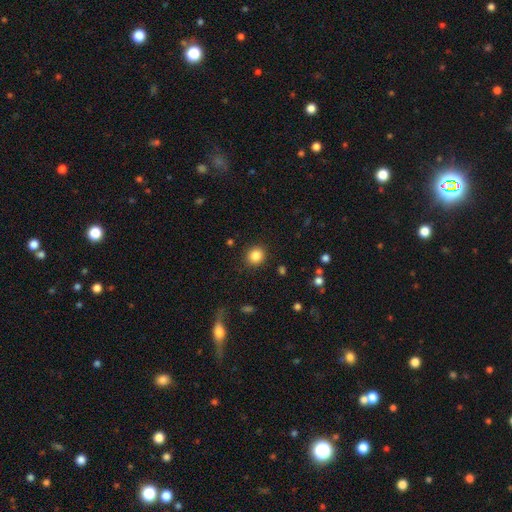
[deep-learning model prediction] smooth_or_featured: smooth (p=0.85) [alt: star or artifact p=0.10]
how_rounded: round (p=0.86) [alt: in between p=0.13]
merging: none (p=0.90) [alt: minor disturbance p=0.06]